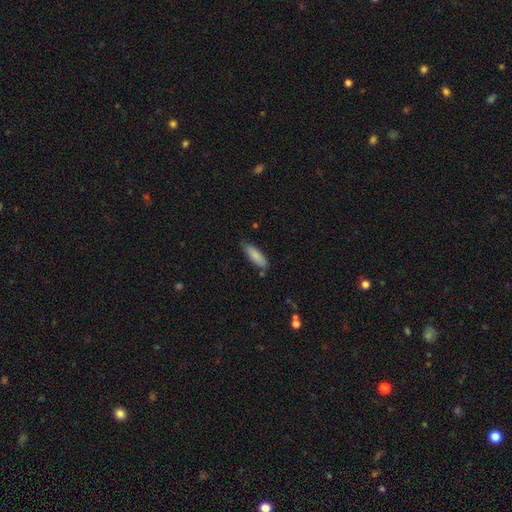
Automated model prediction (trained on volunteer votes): Morphology: type=smooth (84%); roundness=in between (53%); merging=none (75%).